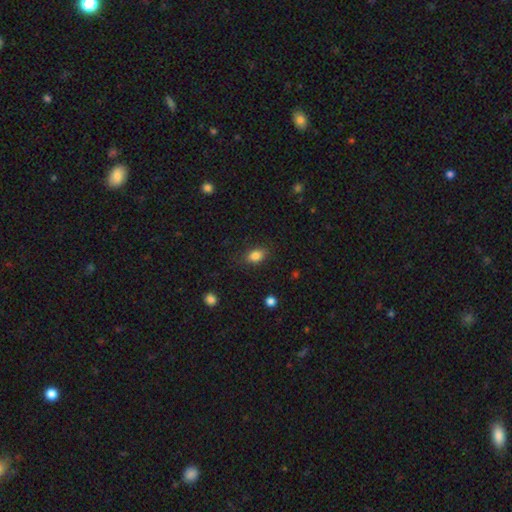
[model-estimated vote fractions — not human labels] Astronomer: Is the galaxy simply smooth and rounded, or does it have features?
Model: smooth — 84%.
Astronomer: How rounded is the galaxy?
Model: in between — 78%.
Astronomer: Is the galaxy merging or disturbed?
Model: none — 82%.